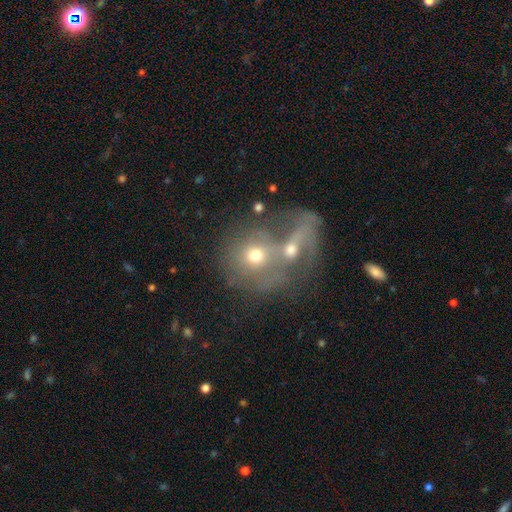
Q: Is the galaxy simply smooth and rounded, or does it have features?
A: smooth — 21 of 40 (52%).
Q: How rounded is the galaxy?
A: round — 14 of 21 (67%).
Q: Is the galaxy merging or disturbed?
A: merger — 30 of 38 (79%).